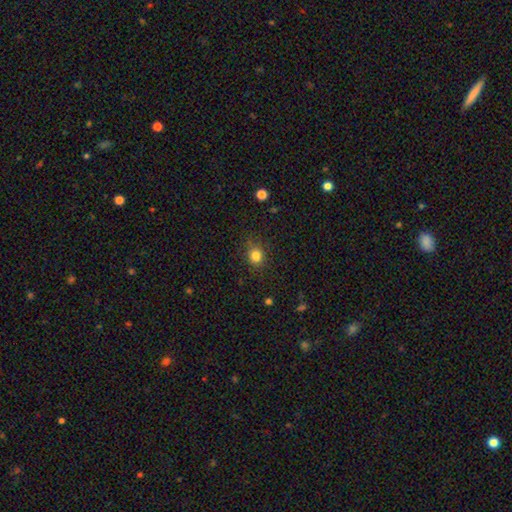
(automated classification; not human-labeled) smooth-or-featured: smooth: 83% | star or artifact: 13% | featured or disk: 5%
  how-rounded: round: 75% | in between: 24% | cigar-shaped: 1%
  merging: none: 79% | minor disturbance: 15% | major disturbance: 4% | merger: 1%